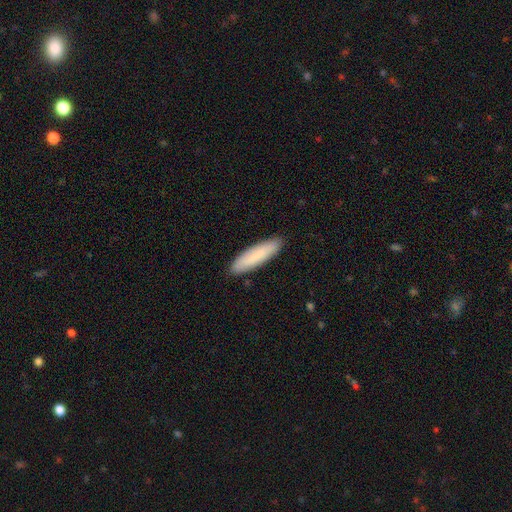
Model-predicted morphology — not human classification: A smooth galaxy with no disk features (85%) that is cigar-shaped (75%).

Vote fractions:
- Smooth or featured? smooth: 85% / featured or disk: 9% / star or artifact: 6%
- How rounded? cigar-shaped: 75% / in between: 24% / round: 1%
- Merging? none: 90% / minor disturbance: 8% / major disturbance: 1% / merger: 1%